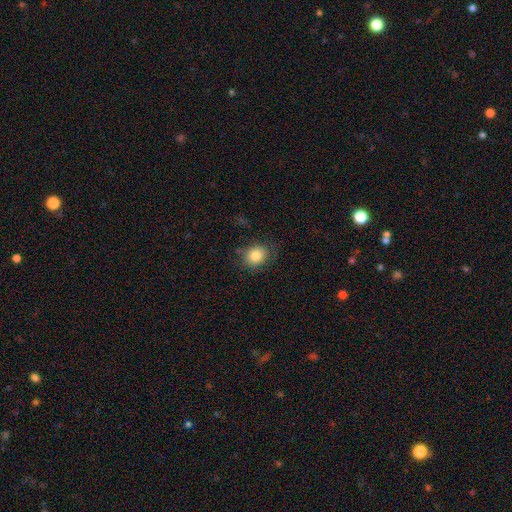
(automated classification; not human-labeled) The model was most divided on "how rounded": round: 61%, in between: 38%, cigar-shaped: 1%. More confident: smooth or featured — smooth (82%); merging — none (77%).